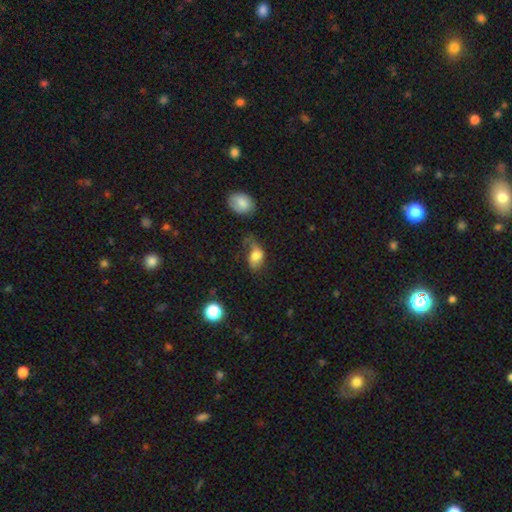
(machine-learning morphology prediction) A smooth galaxy with no disk features (69%) that is in between round and cigar-shaped (82%).

Vote fractions:
- Smooth or featured? smooth: 69% / featured or disk: 21% / star or artifact: 10%
- How rounded? in between: 82% / round: 16% / cigar-shaped: 2%
- Merging? major disturbance: 36% / minor disturbance: 28% / none: 27% / merger: 9%